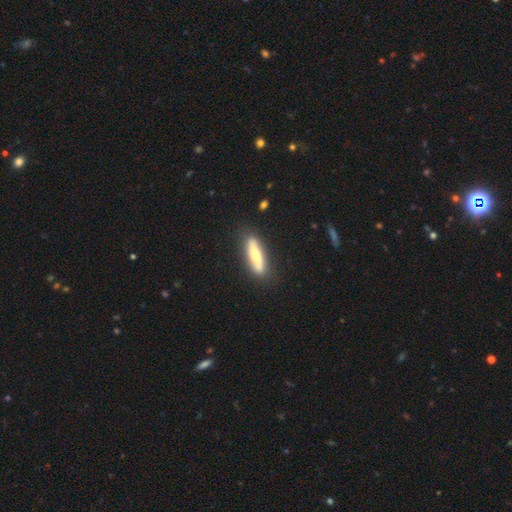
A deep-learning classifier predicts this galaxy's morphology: Smooth or featured? Predicted: smooth (p=0.60). How rounded? Predicted: cigar-shaped (p=0.82). Merging? Predicted: none (p=0.84).